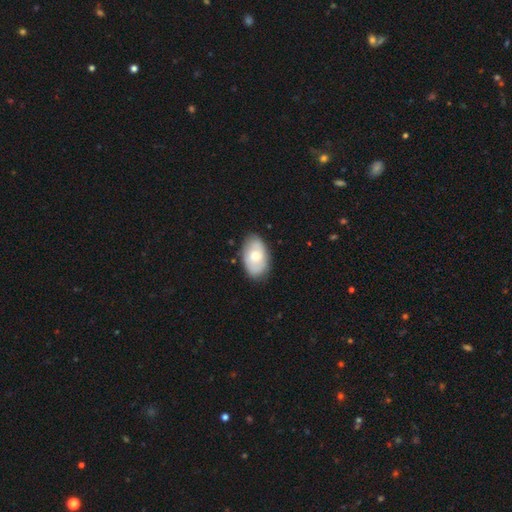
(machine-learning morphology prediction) Q: Smooth or featured?
A: smooth (62%); runner-up: featured or disk (32%)
Q: How rounded?
A: in between (91%); runner-up: round (7%)
Q: Merging?
A: none (80%); runner-up: minor disturbance (15%)